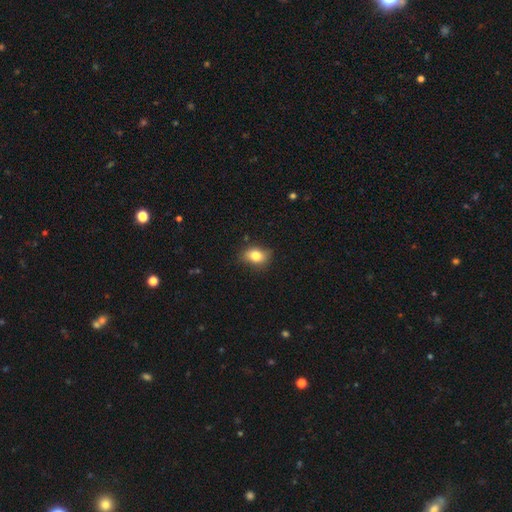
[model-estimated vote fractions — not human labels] Overall: smooth (80%). How rounded: in between (68%; round 30%). Merging: none (78%).